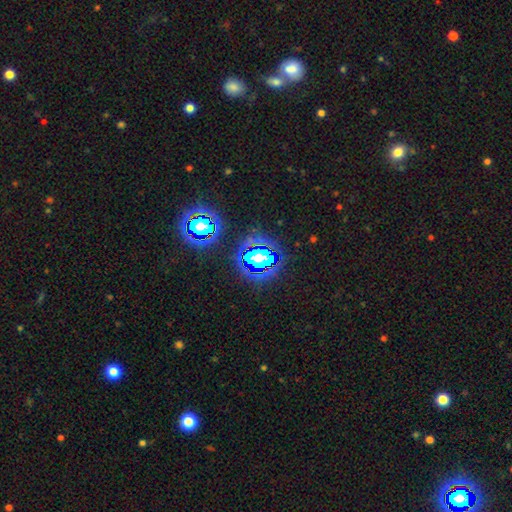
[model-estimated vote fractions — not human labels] This appears to be a star or artifact, not a galaxy (80%).